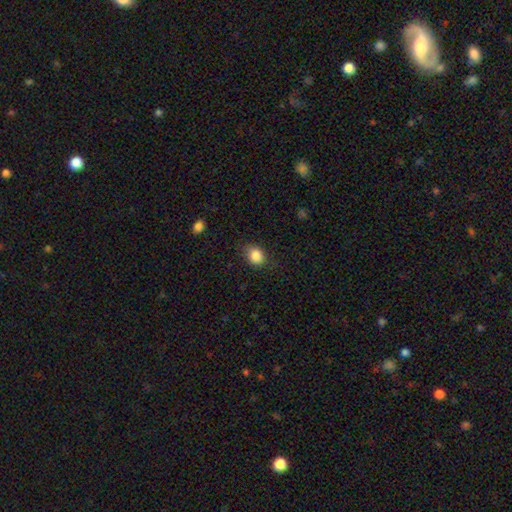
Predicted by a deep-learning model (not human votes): This is clearly a smooth galaxy (85%). How rounded: possibly round (52%). Merging: likely none (75%).